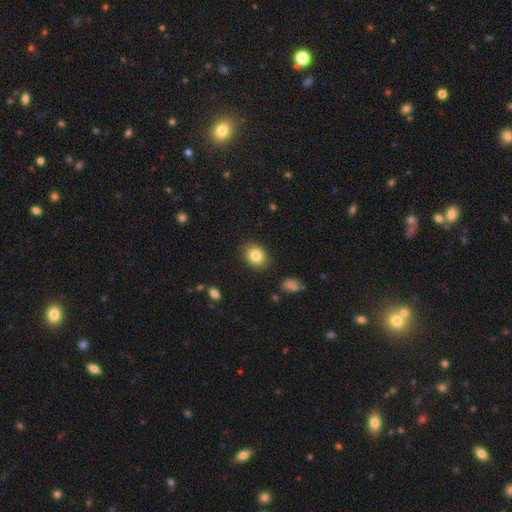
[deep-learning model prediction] A smooth galaxy with no disk features (83%) that is round (50%). Merging: none (87%).